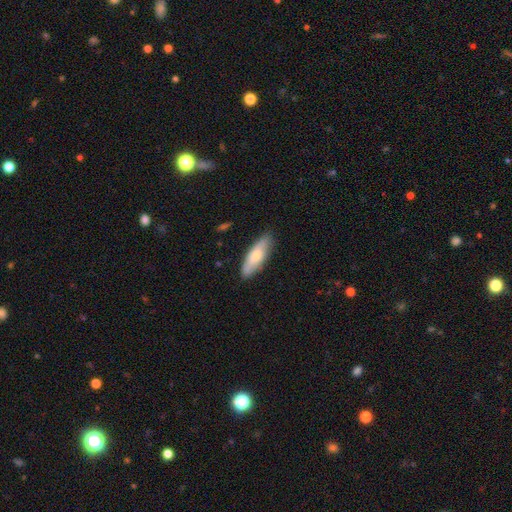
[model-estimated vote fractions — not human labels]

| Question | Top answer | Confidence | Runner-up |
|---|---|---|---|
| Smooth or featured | smooth | 70% | featured or disk (25%) |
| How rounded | in between | 56% | cigar-shaped (42%) |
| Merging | none | 84% | minor disturbance (13%) |